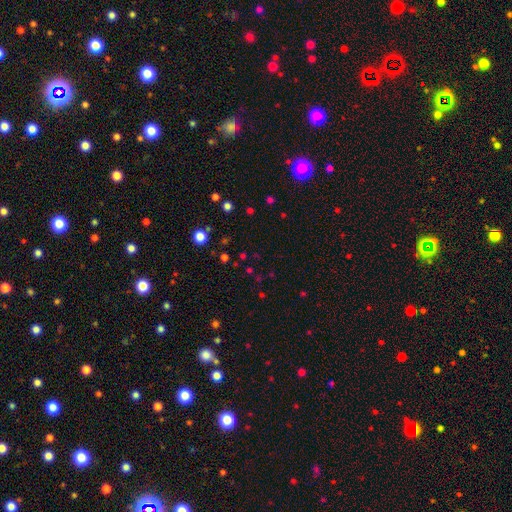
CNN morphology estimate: This is possibly a star or artifact rather than a galaxy (56%).